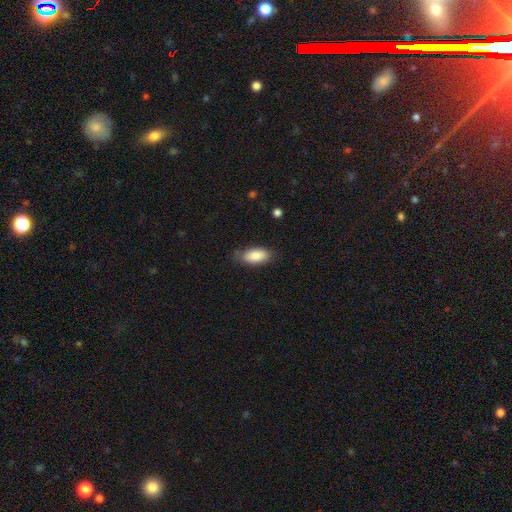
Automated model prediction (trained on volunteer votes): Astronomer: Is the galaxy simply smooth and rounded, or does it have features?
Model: smooth — 86%.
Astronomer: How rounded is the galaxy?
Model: in between — 90%.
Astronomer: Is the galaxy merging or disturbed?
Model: none — 76%.